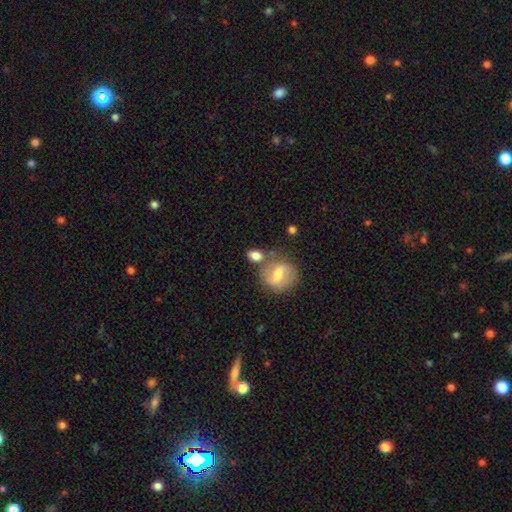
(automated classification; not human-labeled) Q: Smooth or featured?
A: smooth (72%); runner-up: featured or disk (20%)
Q: How rounded?
A: in between (60%); runner-up: round (35%)
Q: Merging?
A: none (57%); runner-up: merger (23%)